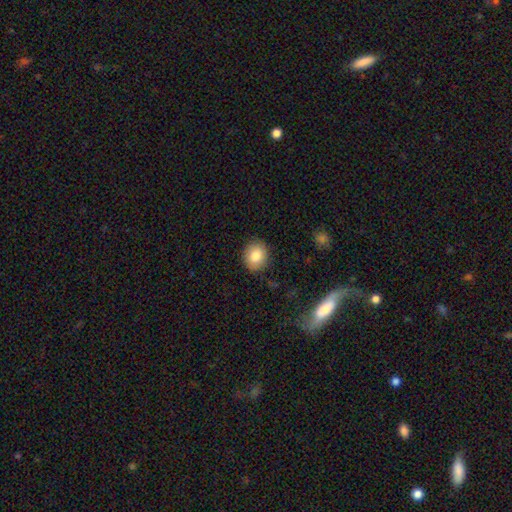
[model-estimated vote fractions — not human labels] Q: Smooth or featured?
A: smooth (82%); runner-up: featured or disk (9%)
Q: How rounded?
A: round (74%); runner-up: in between (25%)
Q: Merging?
A: none (89%); runner-up: minor disturbance (8%)